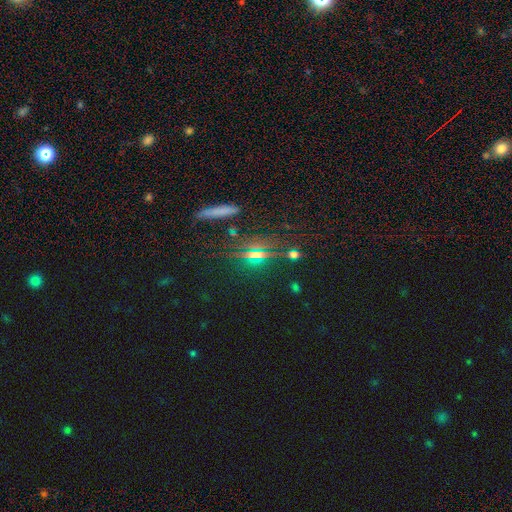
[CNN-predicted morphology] star or artifact 61%, smooth 26%, featured or disk 13%.